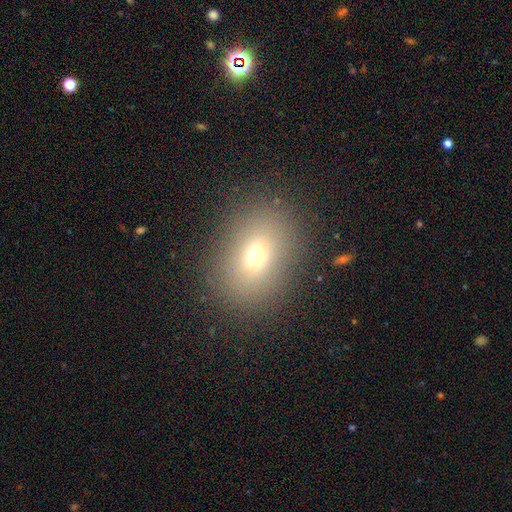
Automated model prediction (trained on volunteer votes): This is likely a smooth galaxy (68%). How rounded: likely in between (61%). Merging: clearly none (87%).